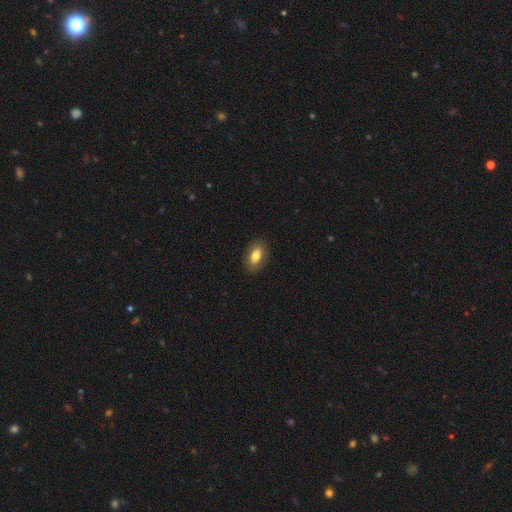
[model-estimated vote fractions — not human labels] This is likely a smooth galaxy (79%). How rounded: clearly in between (90%). Merging: clearly none (86%).